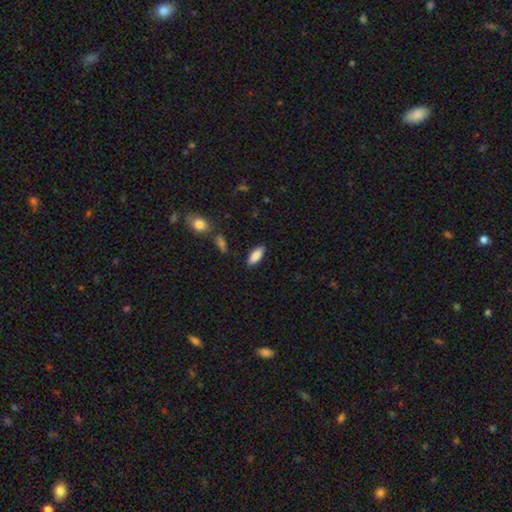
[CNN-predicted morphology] smooth 86%, featured or disk 7%, star or artifact 6%. Down the decision tree: how rounded — in between (75%); merging — none (86%).